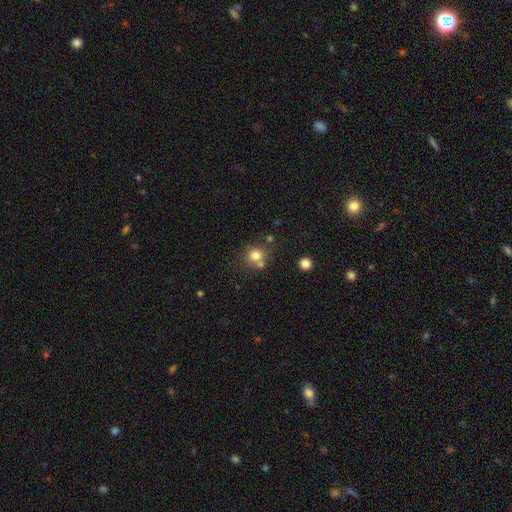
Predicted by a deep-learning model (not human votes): This appears to be a smooth galaxy with no disk features (77%) that is round (84%). Merging: none (62%).